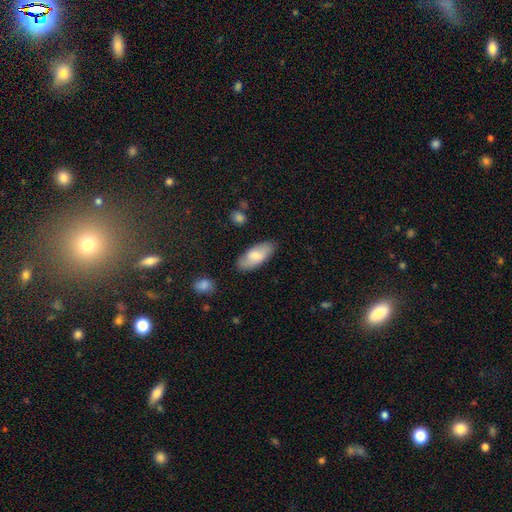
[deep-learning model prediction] The model was most divided on "smooth or featured": smooth: 71%, featured or disk: 23%, star or artifact: 6%. More confident: how rounded — in between (87%); merging — none (82%).